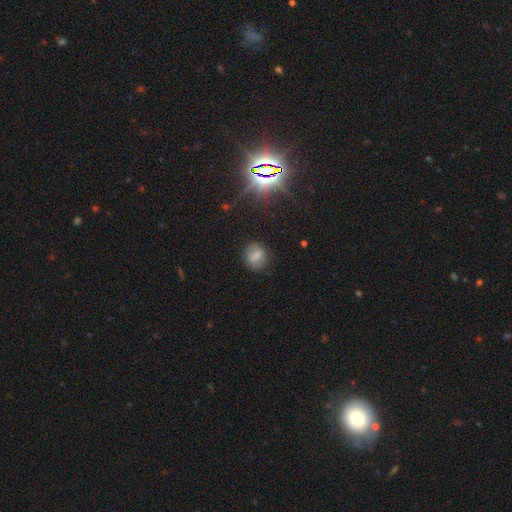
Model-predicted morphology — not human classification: The model was most divided on "how rounded": round: 58%, in between: 40%, cigar-shaped: 2%. More confident: merging — none (81%); smooth or featured — smooth (70%).